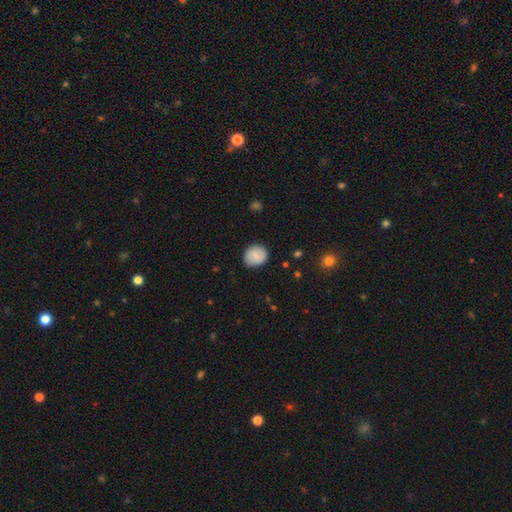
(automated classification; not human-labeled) Morphology: type=smooth (79%); roundness=round (84%); merging=none (88%).